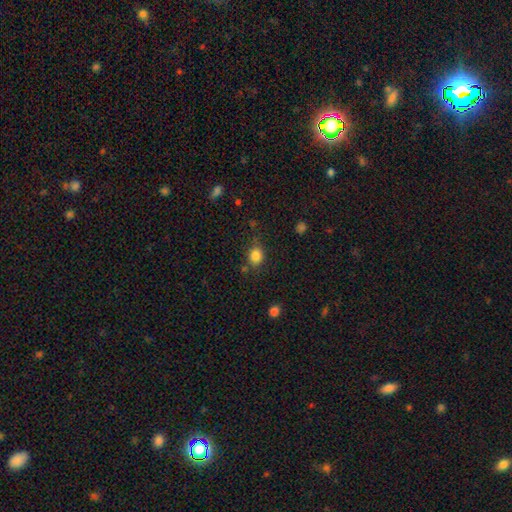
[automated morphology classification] smooth_or_featured: smooth (p=0.84) [alt: star or artifact p=0.11]
how_rounded: round (p=0.55) [alt: in between p=0.44]
merging: none (p=0.73) [alt: minor disturbance p=0.17]